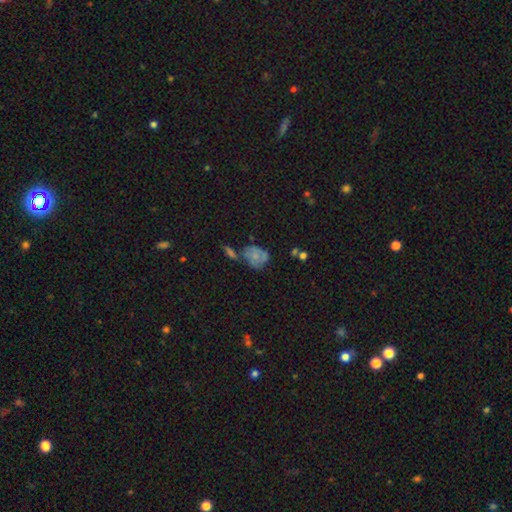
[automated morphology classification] The model was most divided on "merging": none: 39%, minor disturbance: 25%, merger: 21%, major disturbance: 15%. More confident: how rounded — in between (57%); smooth or featured — smooth (53%).